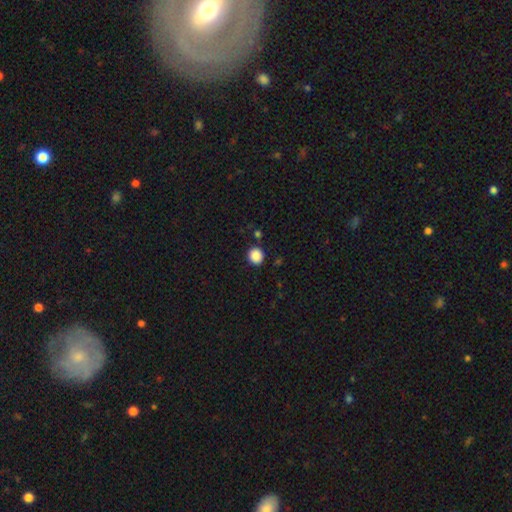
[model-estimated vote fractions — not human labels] Morphology: type=smooth (88%); roundness=round (88%); merging=none (88%).